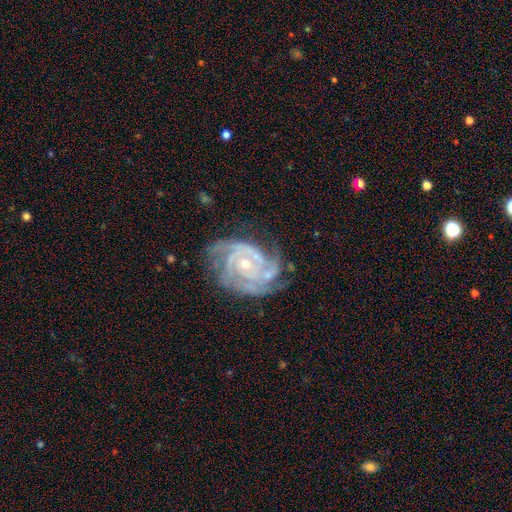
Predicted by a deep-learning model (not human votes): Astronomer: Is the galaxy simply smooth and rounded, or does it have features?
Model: featured or disk — 91%.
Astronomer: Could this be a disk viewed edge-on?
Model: no — 98%.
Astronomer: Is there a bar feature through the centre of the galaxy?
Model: no — 72%.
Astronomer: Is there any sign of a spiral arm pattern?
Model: yes — 98%.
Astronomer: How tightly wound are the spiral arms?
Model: tight — 72%.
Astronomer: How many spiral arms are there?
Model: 3 — 39% (runner-up: 2, 19%).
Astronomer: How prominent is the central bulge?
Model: small — 61% (runner-up: moderate, 37%).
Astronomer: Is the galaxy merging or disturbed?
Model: none — 58%.